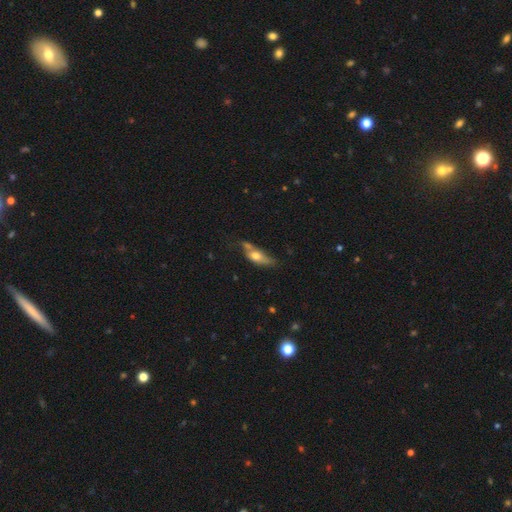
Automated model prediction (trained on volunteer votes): Smooth or featured? Predicted: smooth (p=0.52). How rounded? Predicted: in between (p=0.60). Merging? Predicted: none (p=0.41).